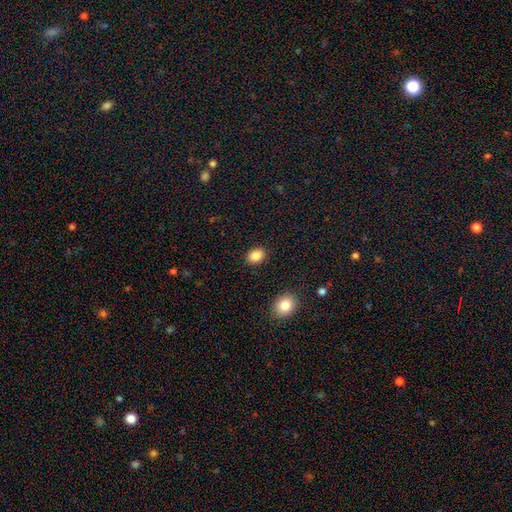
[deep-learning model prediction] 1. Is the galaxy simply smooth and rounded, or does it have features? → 87% smooth, 9% star or artifact, 5% featured or disk.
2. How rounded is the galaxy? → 70% in between, 29% round, 1% cigar-shaped.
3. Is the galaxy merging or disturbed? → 89% none, 8% minor disturbance, 2% major disturbance, 2% merger.